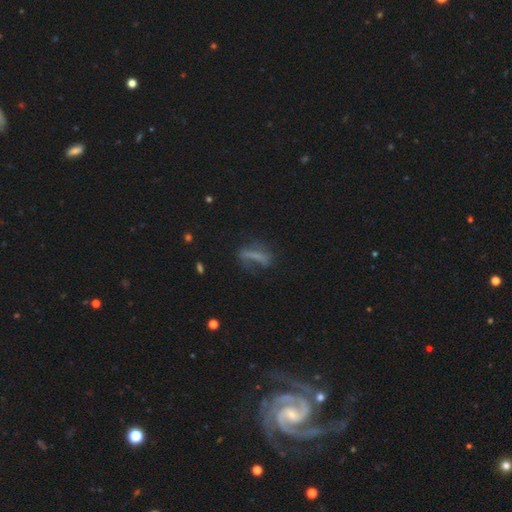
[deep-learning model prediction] smooth-or-featured: smooth: 46% | featured or disk: 41% | star or artifact: 14%
  merging: none: 49% | minor disturbance: 25% | major disturbance: 21% | merger: 5%